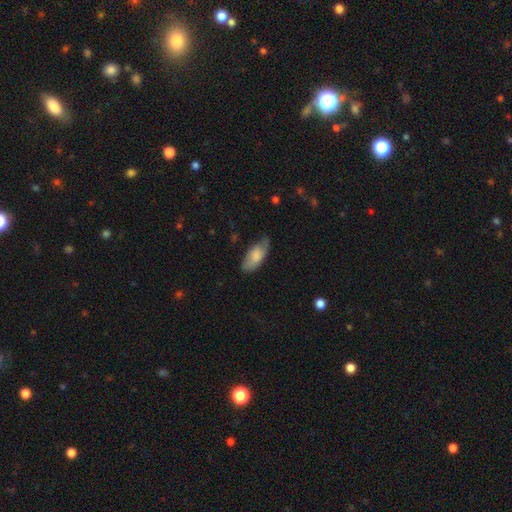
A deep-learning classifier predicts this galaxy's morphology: Smooth or featured? smooth (77%)
How rounded? in between (87%)
Merging? none (62%)